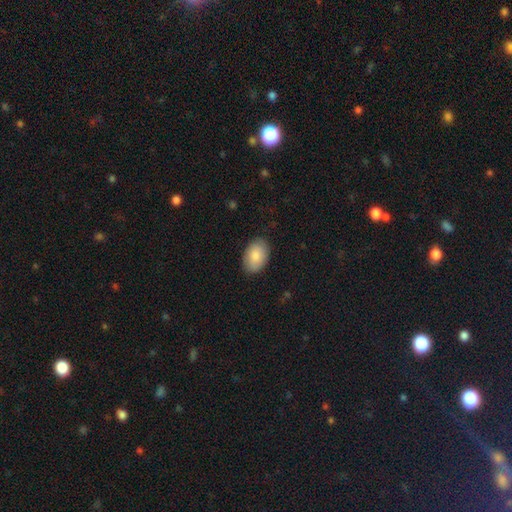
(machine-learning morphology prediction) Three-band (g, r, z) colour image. It shows a smooth galaxy with no disk features (86%) that is in between round and cigar-shaped (88%). Merging: none (85%).